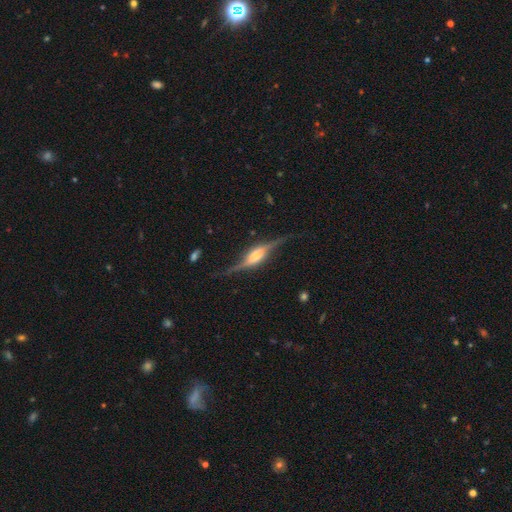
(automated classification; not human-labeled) Smooth or featured? Predicted: featured or disk (p=0.85). Edge-on disk? Predicted: yes (p=0.84). Edge-on bulge? Predicted: rounded (p=0.77). Merging? Predicted: none (p=0.73).